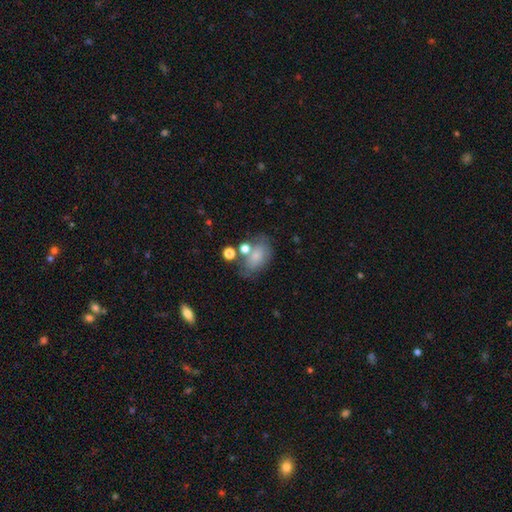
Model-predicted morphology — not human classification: Overall: smooth (72%). How rounded: in between (80%). Merging: none (47%; minor disturbance 22%).